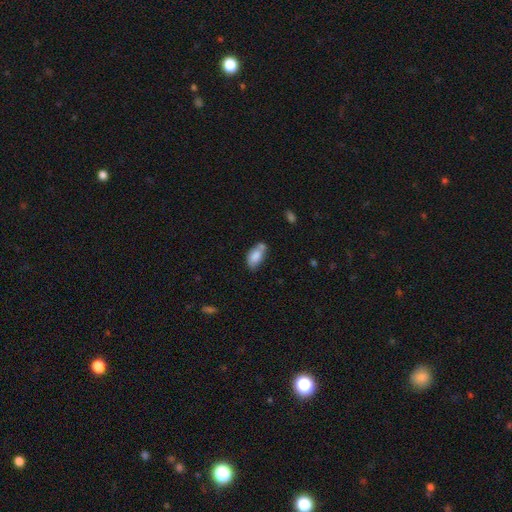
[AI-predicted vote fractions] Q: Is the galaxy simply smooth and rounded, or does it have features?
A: smooth — 81%.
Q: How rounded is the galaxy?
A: in between — 91%.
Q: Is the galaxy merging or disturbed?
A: none — 46%.